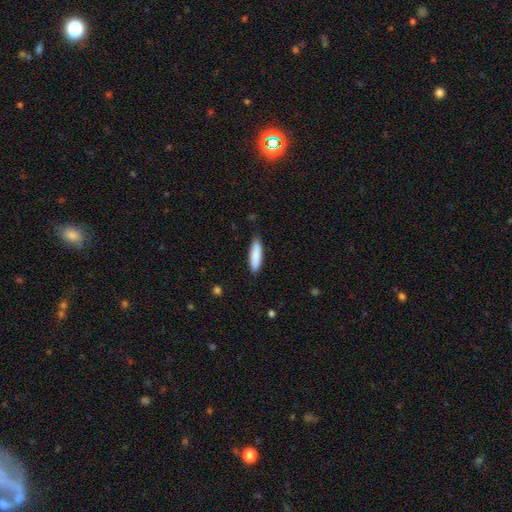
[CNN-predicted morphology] smooth-or-featured: smooth: 88% | featured or disk: 6% | star or artifact: 6%
  how-rounded: cigar-shaped: 64% | in between: 35% | round: 1%
  merging: none: 86% | minor disturbance: 11% | major disturbance: 2% | merger: 1%